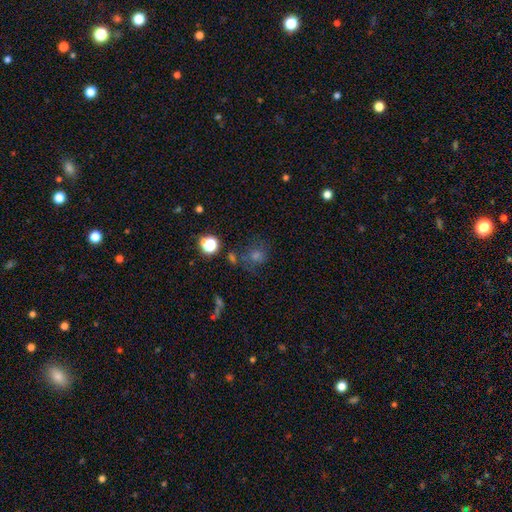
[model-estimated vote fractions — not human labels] A smooth galaxy with no disk features (45%). Merging: none (66%).